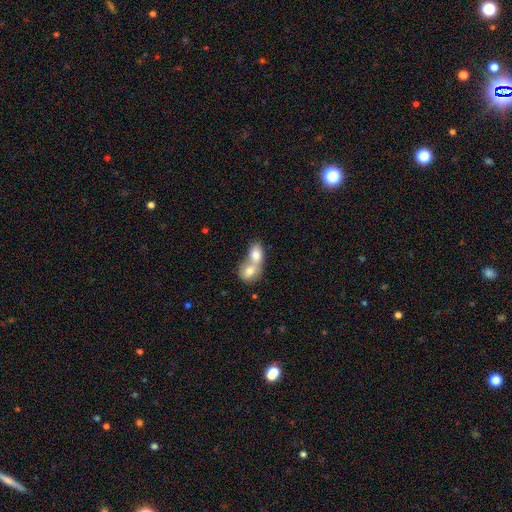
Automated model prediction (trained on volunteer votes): smooth_or_featured: smooth (p=0.77) [alt: featured or disk p=0.16]
how_rounded: in between (p=0.62) [alt: round p=0.36]
merging: merger (p=0.78) [alt: none p=0.16]